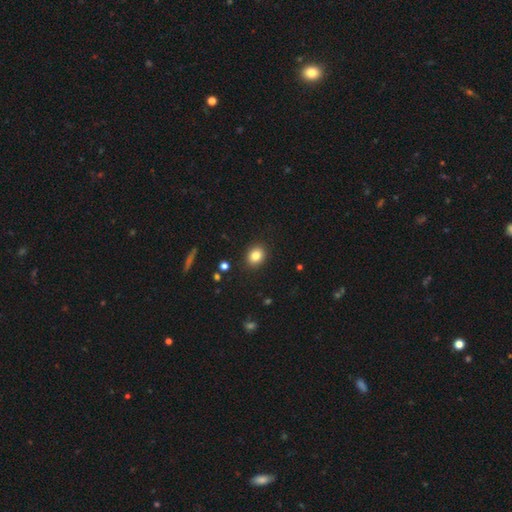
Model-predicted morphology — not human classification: Smooth or featured: smooth — 82% (star or artifact — 10%)
How rounded: round — 54% (in between — 45%)
Merging: none — 89% (minor disturbance — 7%)